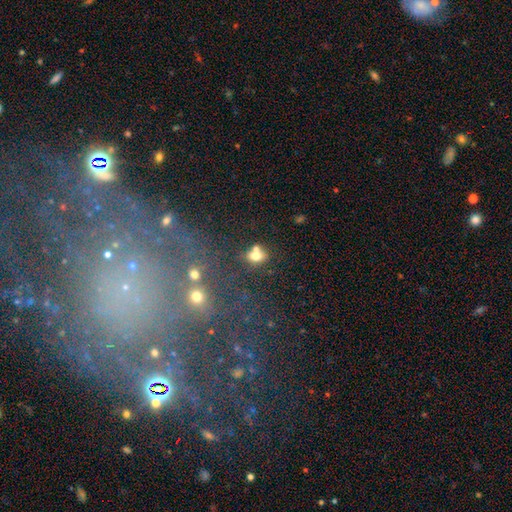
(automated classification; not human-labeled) Morphology: type=smooth (71%); roundness=in between (57%); merging=none (44%).